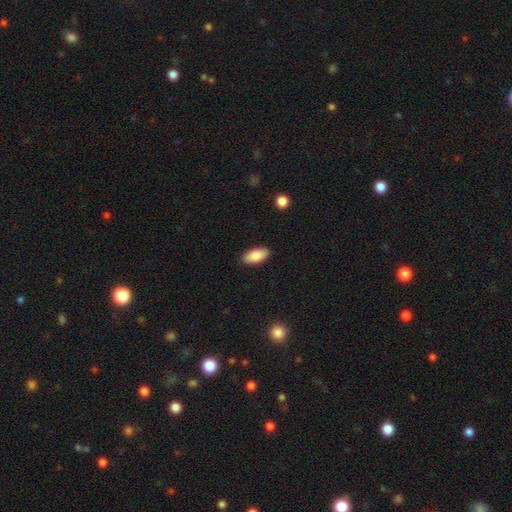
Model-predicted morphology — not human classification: The model was most divided on "smooth or featured": smooth: 86%, featured or disk: 8%, star or artifact: 7%. More confident: how rounded — in between (90%); merging — none (88%).